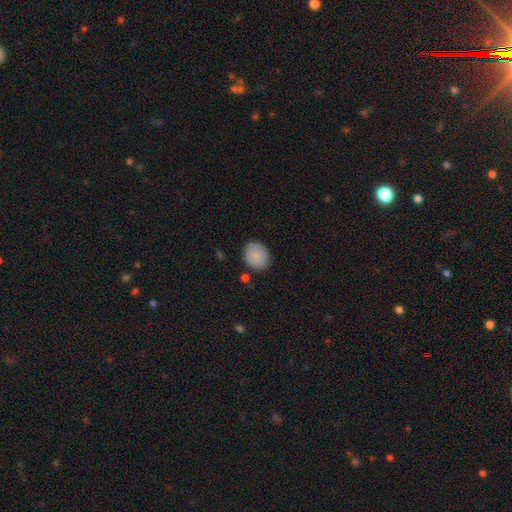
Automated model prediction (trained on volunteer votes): This appears to be a smooth galaxy with no disk features (87%) that is round (57%). Merging: none (82%).